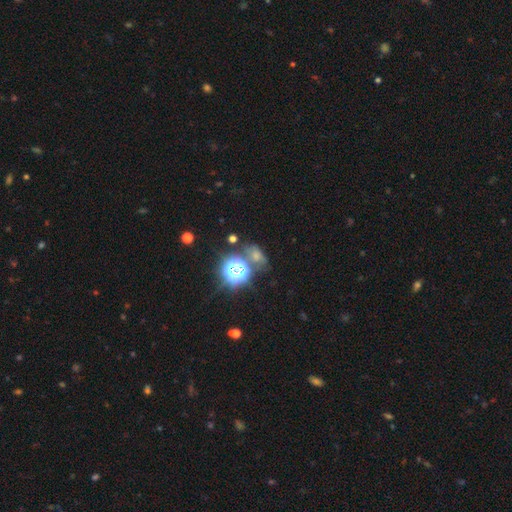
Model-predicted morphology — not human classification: smooth 43%, star or artifact 41%, featured or disk 16%. Down the decision tree: merging — none (55%).